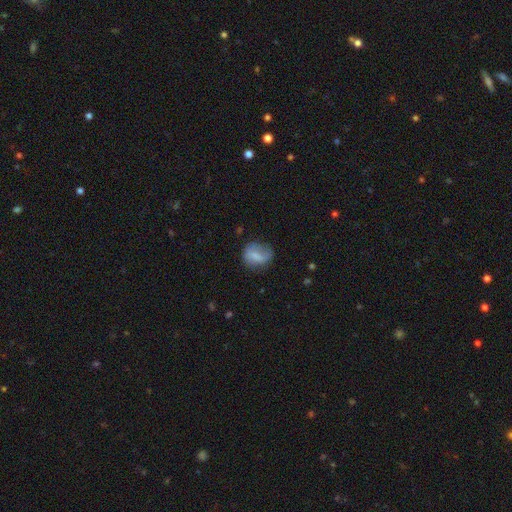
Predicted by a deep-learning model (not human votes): smooth_or_featured: smooth (p=0.59) [alt: featured or disk p=0.32]
how_rounded: round (p=0.50) [alt: in between p=0.47]
merging: none (p=0.57) [alt: minor disturbance p=0.27]